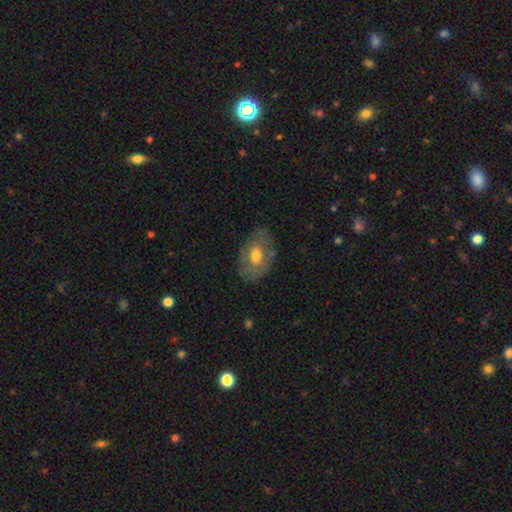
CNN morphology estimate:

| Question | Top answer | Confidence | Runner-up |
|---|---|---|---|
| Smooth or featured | smooth | 56% | featured or disk (37%) |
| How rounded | in between | 83% | round (16%) |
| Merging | none | 72% | minor disturbance (20%) |